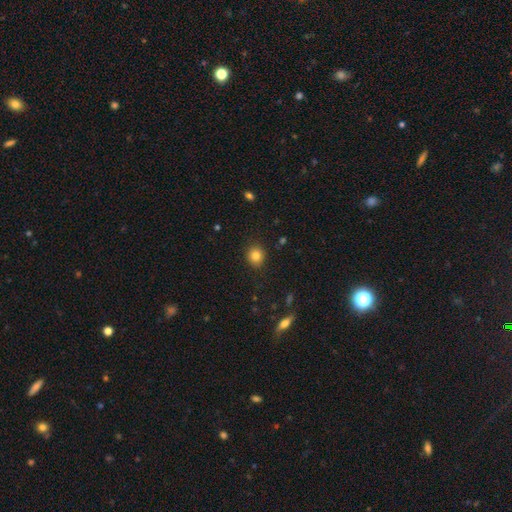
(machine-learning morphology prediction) smooth_or_featured: smooth (p=0.83) [alt: star or artifact p=0.11]
how_rounded: round (p=0.82) [alt: in between p=0.17]
merging: none (p=0.88) [alt: minor disturbance p=0.08]